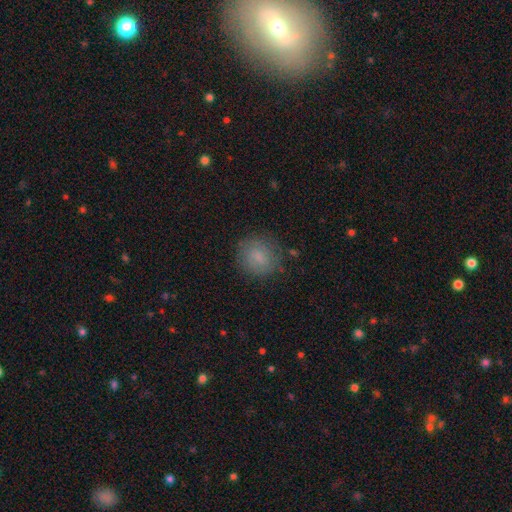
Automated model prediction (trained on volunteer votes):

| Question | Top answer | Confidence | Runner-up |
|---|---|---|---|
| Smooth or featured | smooth | 75% | featured or disk (15%) |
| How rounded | round | 81% | in between (18%) |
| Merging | none | 82% | minor disturbance (12%) |